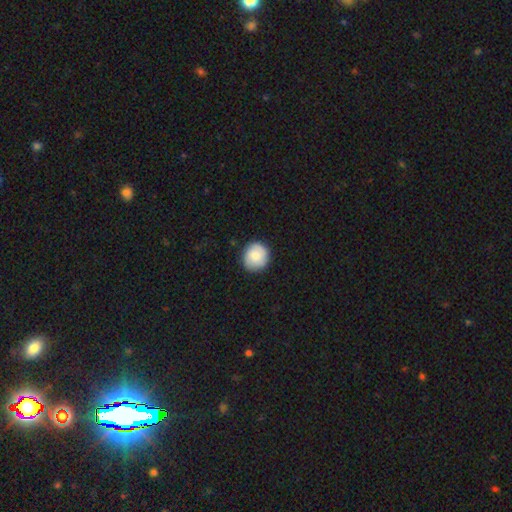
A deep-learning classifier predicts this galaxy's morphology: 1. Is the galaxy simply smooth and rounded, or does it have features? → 74% smooth, 19% featured or disk, 7% star or artifact.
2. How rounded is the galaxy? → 90% round, 10% in between, 1% cigar-shaped.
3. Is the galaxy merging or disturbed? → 86% none, 11% minor disturbance, 2% major disturbance, 1% merger.